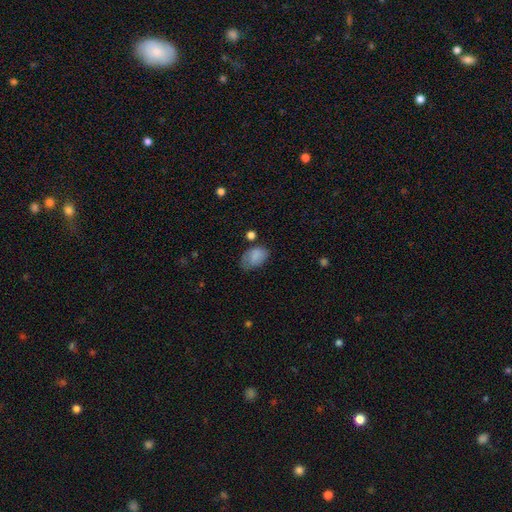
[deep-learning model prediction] This is clearly a smooth galaxy (80%). How rounded: clearly in between (85%). Merging: possibly none (55%).